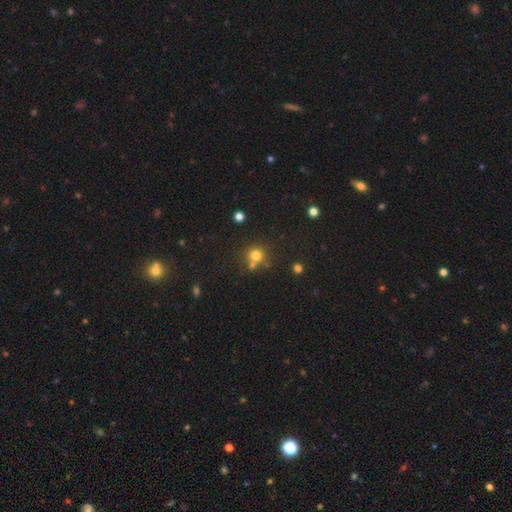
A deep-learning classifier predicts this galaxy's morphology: Smooth or featured: smooth — 74% (star or artifact — 18%)
How rounded: round — 89% (in between — 10%)
Merging: none — 62% (merger — 25%)